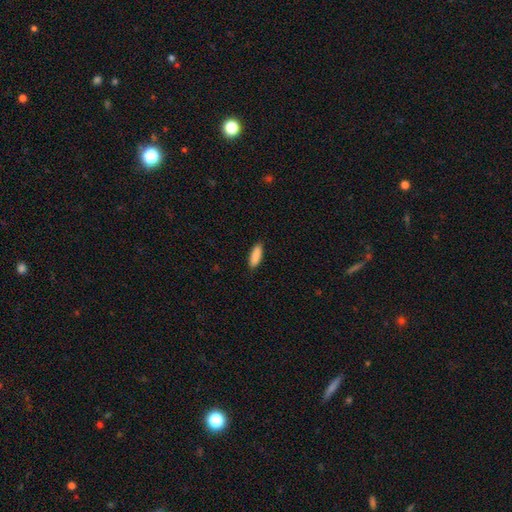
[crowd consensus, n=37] This appears to be a smooth galaxy with no disk features (95%) that is in between round and cigar-shaped (57%). Merging: none (92%).